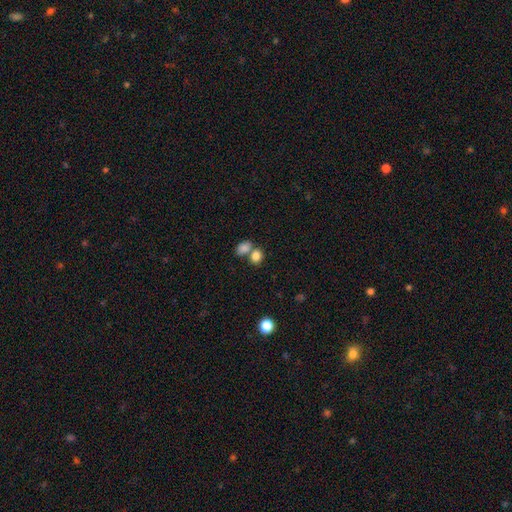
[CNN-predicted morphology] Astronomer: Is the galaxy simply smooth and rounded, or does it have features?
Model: smooth — 84%.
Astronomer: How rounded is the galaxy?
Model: in between — 54% (runner-up: round, 44%).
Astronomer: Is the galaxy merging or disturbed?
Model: merger — 46% (runner-up: none, 42%).